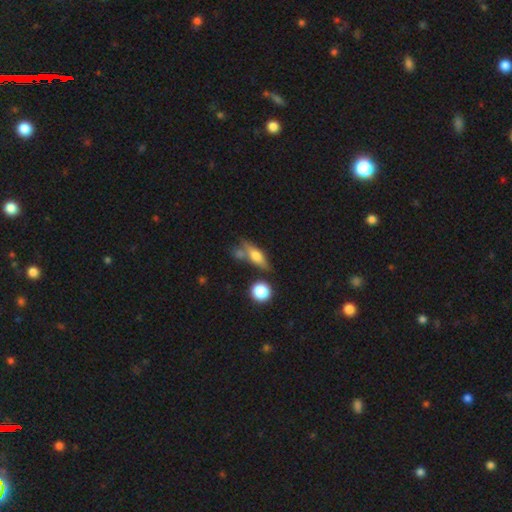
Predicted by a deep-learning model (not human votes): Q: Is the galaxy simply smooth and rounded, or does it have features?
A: smooth — 59%.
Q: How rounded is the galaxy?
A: in between — 58%.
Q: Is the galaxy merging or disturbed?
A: none — 55%.